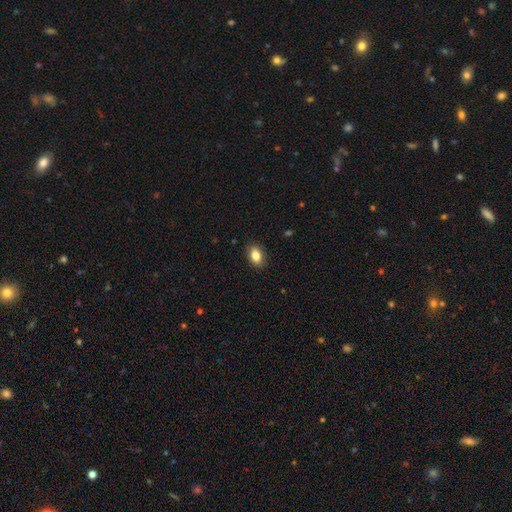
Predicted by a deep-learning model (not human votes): This appears to be a smooth galaxy with no disk features (85%) that is in between round and cigar-shaped (85%). Merging: none (88%).